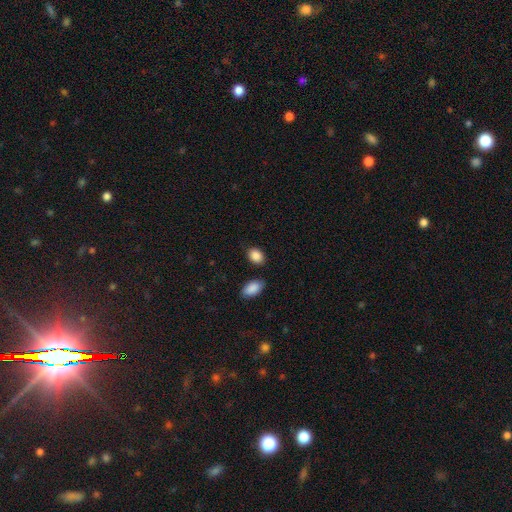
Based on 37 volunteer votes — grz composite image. It shows a smooth galaxy with no disk features (89%) that is in between round and cigar-shaped (82%). Merging: none (79%).